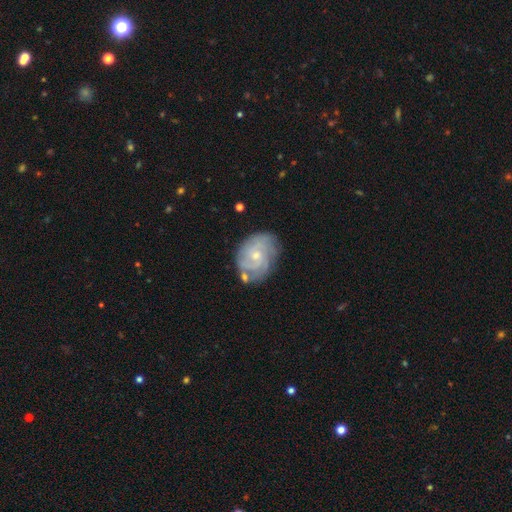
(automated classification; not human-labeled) This appears to be a featured or disk galaxy (79%) with no bar (70%), tight (62%) spiral arms (94%) and a small central bulge (64%). Merging: none (70%).